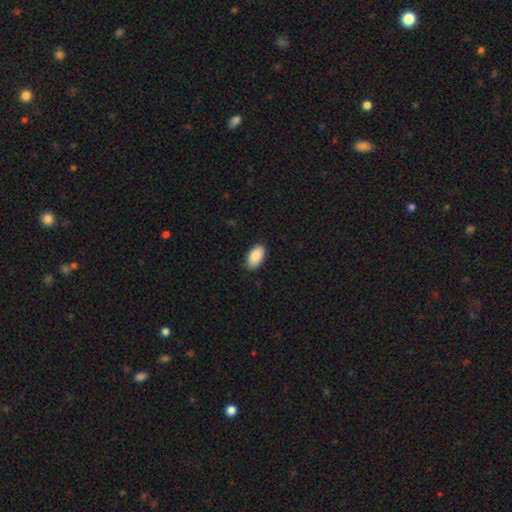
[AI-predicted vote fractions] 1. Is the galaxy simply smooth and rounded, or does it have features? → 88% smooth, 6% star or artifact, 6% featured or disk.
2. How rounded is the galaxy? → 95% in between, 3% round, 2% cigar-shaped.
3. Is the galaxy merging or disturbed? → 87% none, 10% minor disturbance, 2% major disturbance, 1% merger.